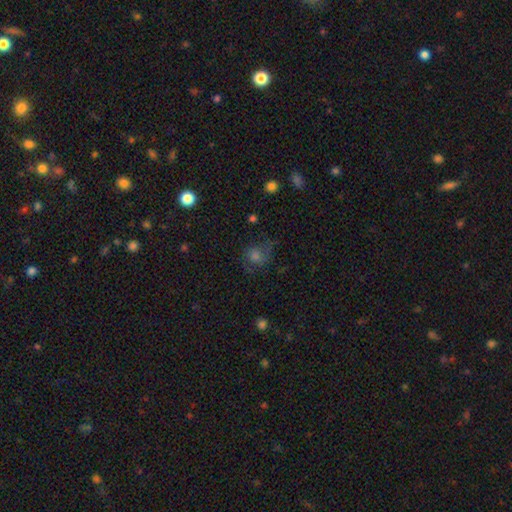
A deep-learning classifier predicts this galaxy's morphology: Overall: smooth (47%; featured or disk 30%). Merging: none (57%; minor disturbance 21%).